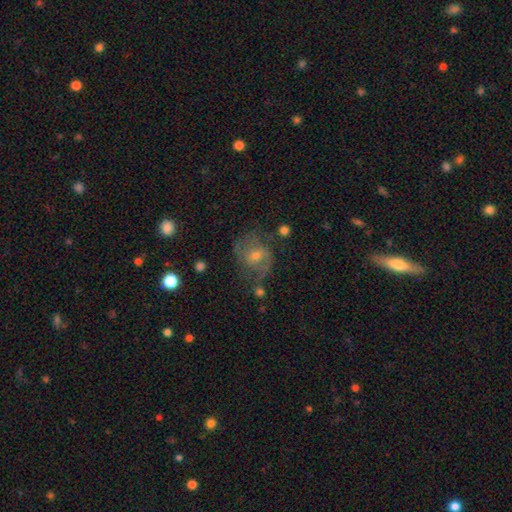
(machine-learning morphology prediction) The model was most divided on "bulge size": moderate: 49%, small: 45%, large: 3%, none: 2%, dominant: 1%. Remaining: edge-on disk — no (97%); spiral arms — yes (84%); spiral arm count — 2 (66%); smooth or featured — featured or disk (64%); merging — none (62%); spiral winding — medium (49%); bar — no (48%).